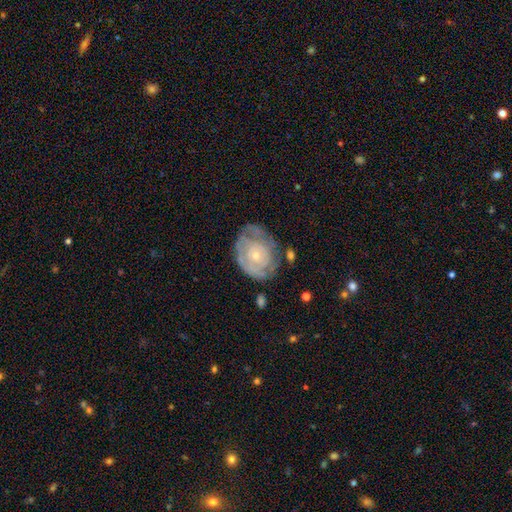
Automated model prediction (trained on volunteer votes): This appears to be a featured or disk galaxy (69%) with no bar (84%), spiral arms (67%) and a small central bulge (71%). Merging: none (56%).